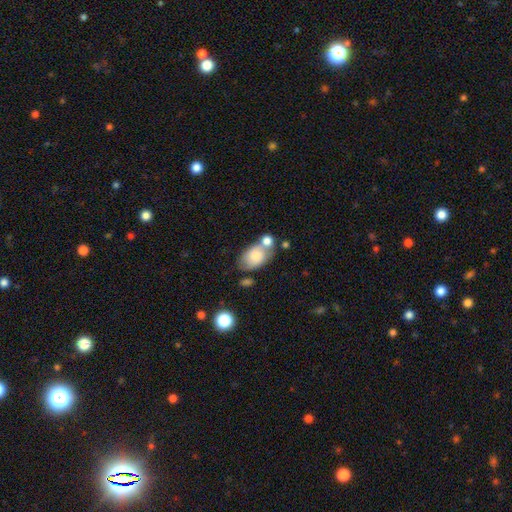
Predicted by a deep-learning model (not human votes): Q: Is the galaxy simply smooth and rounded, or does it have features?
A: smooth — 78%.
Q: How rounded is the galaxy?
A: in between — 87%.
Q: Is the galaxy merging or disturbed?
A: none — 43%.